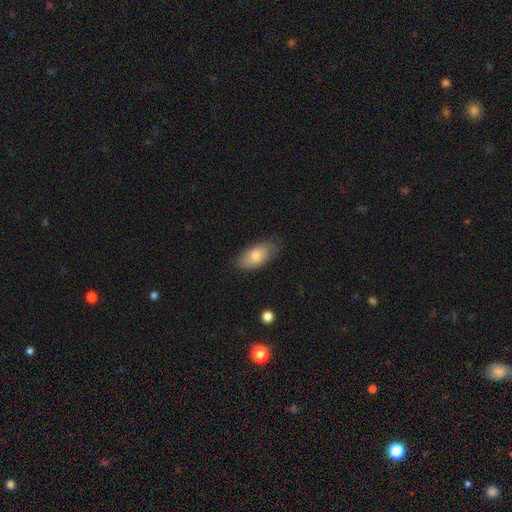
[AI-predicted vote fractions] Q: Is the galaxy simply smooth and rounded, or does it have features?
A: smooth — 73%.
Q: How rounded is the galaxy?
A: in between — 92%.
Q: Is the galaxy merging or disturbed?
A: none — 70%.